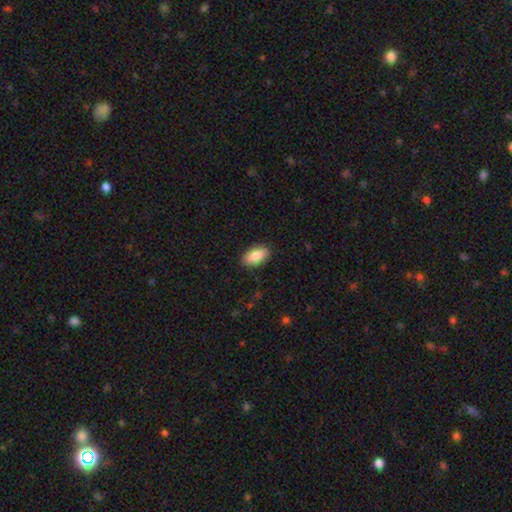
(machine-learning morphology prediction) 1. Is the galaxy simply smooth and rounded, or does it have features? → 86% smooth, 8% featured or disk, 7% star or artifact.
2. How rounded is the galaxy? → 92% in between, 4% cigar-shaped, 4% round.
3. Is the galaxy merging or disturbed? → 88% none, 9% minor disturbance, 2% major disturbance, 1% merger.